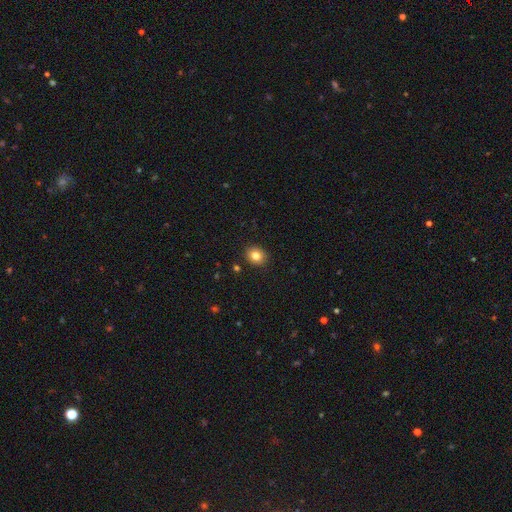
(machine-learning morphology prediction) smooth 82%, star or artifact 11%, featured or disk 8%. Down the decision tree: how rounded — round (71%); merging — none (90%).